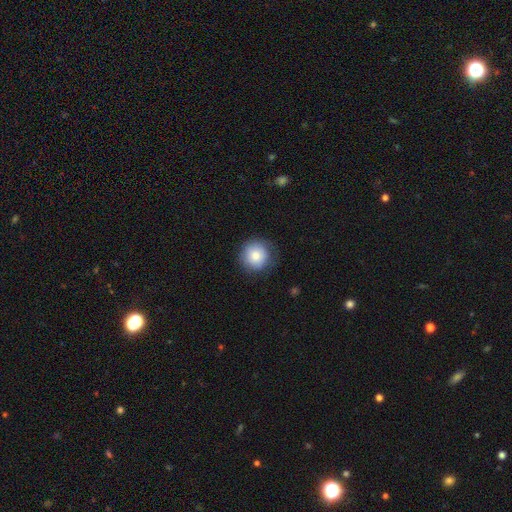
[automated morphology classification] Smooth or featured? smooth (82%)
How rounded? round (94%)
Merging? none (81%)